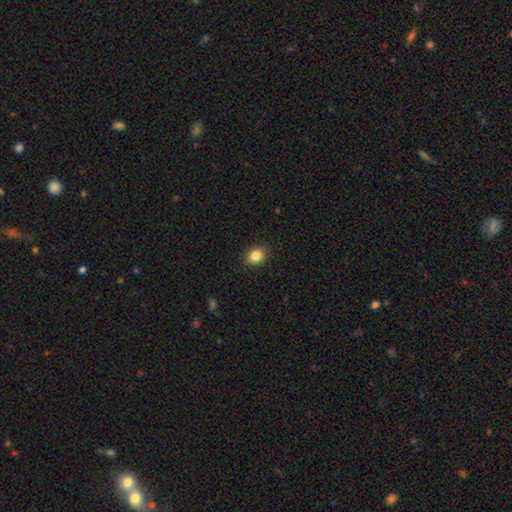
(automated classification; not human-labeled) Morphology: type=smooth (85%); roundness=round (64%); merging=none (90%).